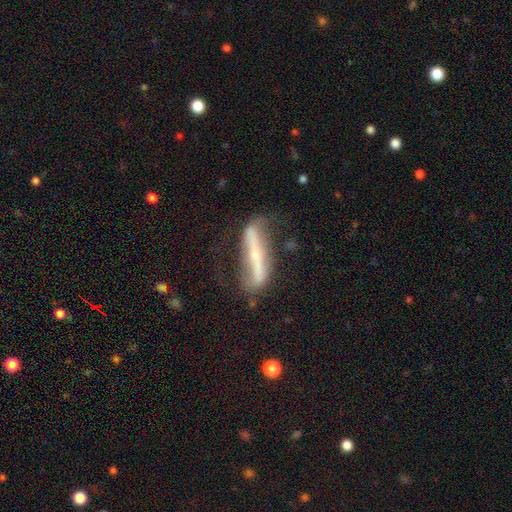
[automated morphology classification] Smooth or featured?
  - featured or disk: 79% *
  - smooth: 15%
  - star or artifact: 6%
Edge-on disk?
  - no: 51% *
  - yes: 49%
Merging?
  - none: 60% *
  - minor disturbance: 23%
  - major disturbance: 15%
  - merger: 3%